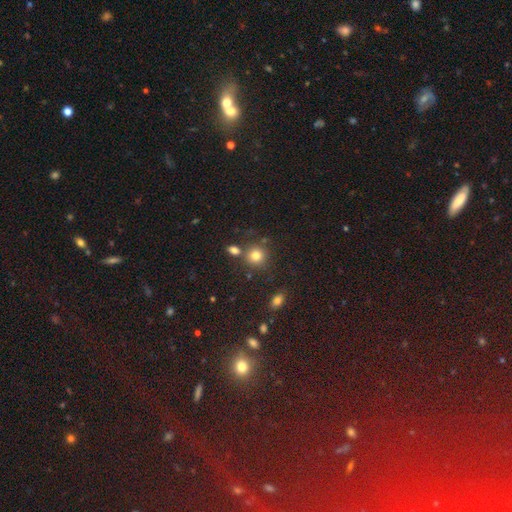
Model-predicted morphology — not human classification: Overall: smooth (79%). How rounded: round (87%). Merging: none (72%).